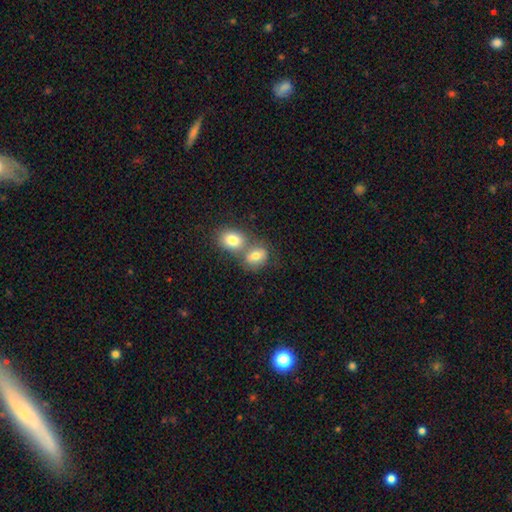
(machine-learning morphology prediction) Smooth or featured?
  - smooth: 74% *
  - featured or disk: 17%
  - star or artifact: 9%
How rounded?
  - in between: 62% *
  - round: 37%
  - cigar-shaped: 1%
Merging?
  - merger: 50% *
  - none: 36%
  - minor disturbance: 10%
  - major disturbance: 4%